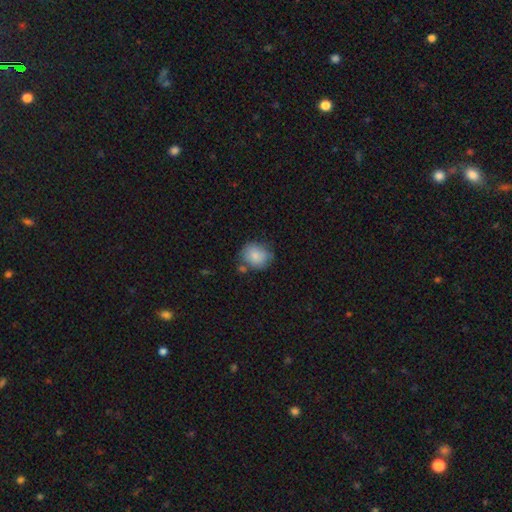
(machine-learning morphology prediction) smooth-or-featured: smooth: 82% | featured or disk: 10% | star or artifact: 8%
  how-rounded: round: 64% | in between: 35% | cigar-shaped: 1%
  merging: none: 61% | minor disturbance: 23% | merger: 10% | major disturbance: 6%